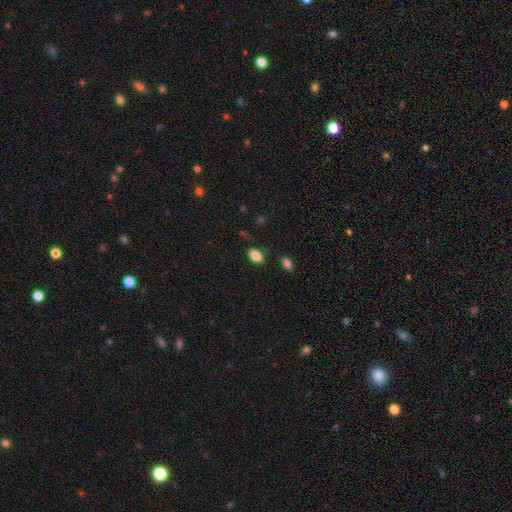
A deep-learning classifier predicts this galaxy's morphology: Smooth or featured?
  - smooth: 85% *
  - star or artifact: 9%
  - featured or disk: 6%
How rounded?
  - in between: 84% *
  - round: 14%
  - cigar-shaped: 2%
Merging?
  - none: 79% *
  - minor disturbance: 15%
  - major disturbance: 3%
  - merger: 3%